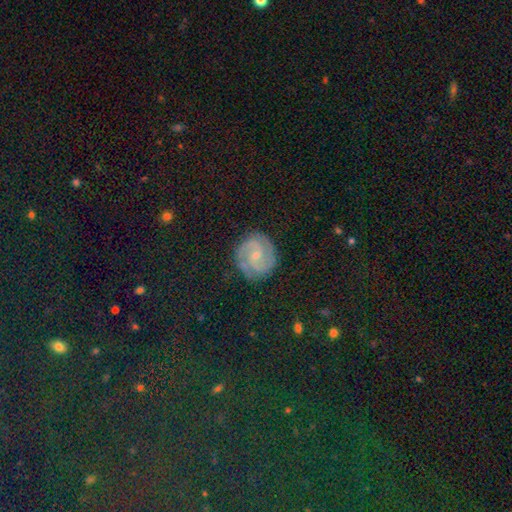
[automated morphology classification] smooth_or_featured: featured or disk (p=0.79) [alt: smooth p=0.10]
disk_edge_on: no (p=0.98) [alt: yes p=0.02]
bar: no (p=0.53) [alt: weak p=0.39]
has_spiral_arms: yes (p=0.96) [alt: no p=0.04]
spiral_winding: tight (p=0.51) [alt: medium p=0.41]
spiral_arm_count: 2 (p=0.81) [alt: can't tell p=0.07]
bulge_size: small (p=0.71) [alt: moderate p=0.24]
merging: none (p=0.85) [alt: minor disturbance p=0.10]